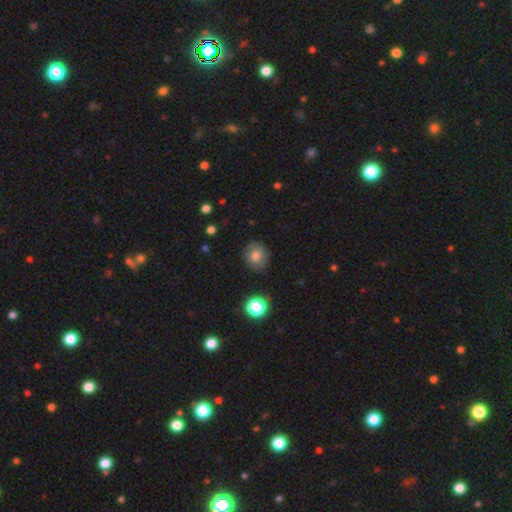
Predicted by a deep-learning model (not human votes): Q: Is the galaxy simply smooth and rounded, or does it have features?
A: smooth — 76%.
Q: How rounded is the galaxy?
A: round — 74%.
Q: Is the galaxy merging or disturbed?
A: none — 86%.